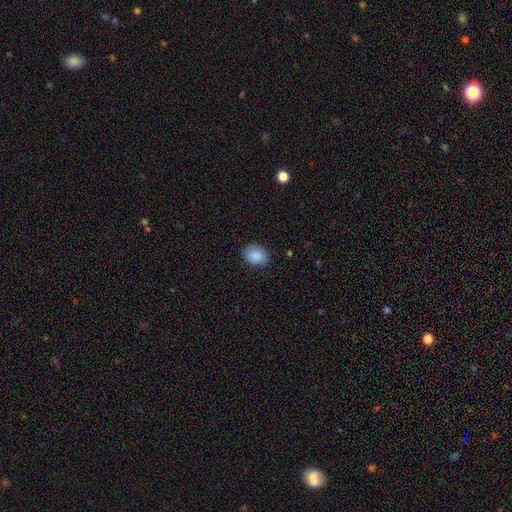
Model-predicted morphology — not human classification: Smooth or featured?
  - smooth: 88% *
  - star or artifact: 7%
  - featured or disk: 5%
How rounded?
  - in between: 51% *
  - round: 49%
  - cigar-shaped: 1%
Merging?
  - none: 80% *
  - minor disturbance: 16%
  - major disturbance: 3%
  - merger: 1%